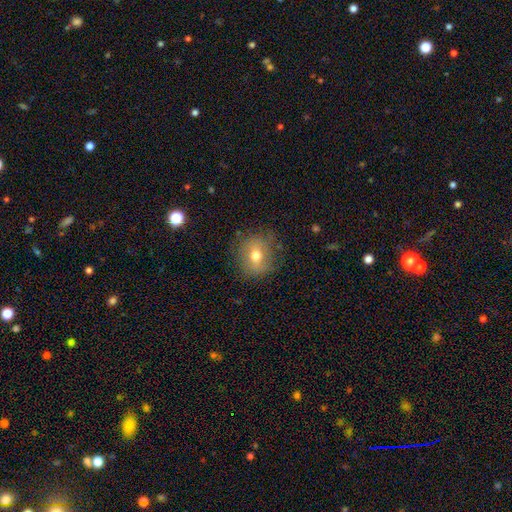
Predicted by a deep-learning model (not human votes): This is likely a smooth galaxy (66%). How rounded: likely round (77%). Merging: likely none (79%).